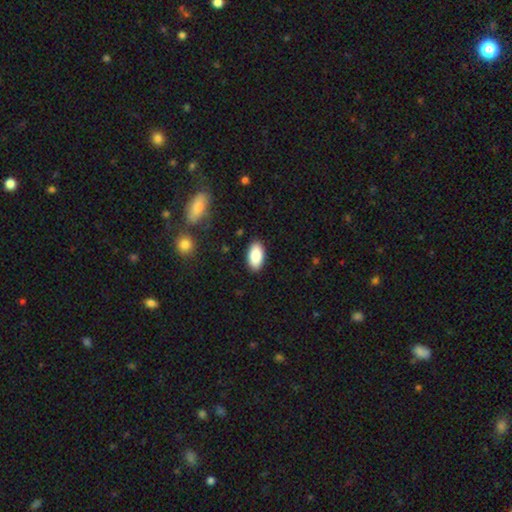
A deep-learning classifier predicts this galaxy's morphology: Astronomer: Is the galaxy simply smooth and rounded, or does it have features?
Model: smooth — 88%.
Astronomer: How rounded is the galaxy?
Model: in between — 95%.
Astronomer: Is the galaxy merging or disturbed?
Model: none — 89%.